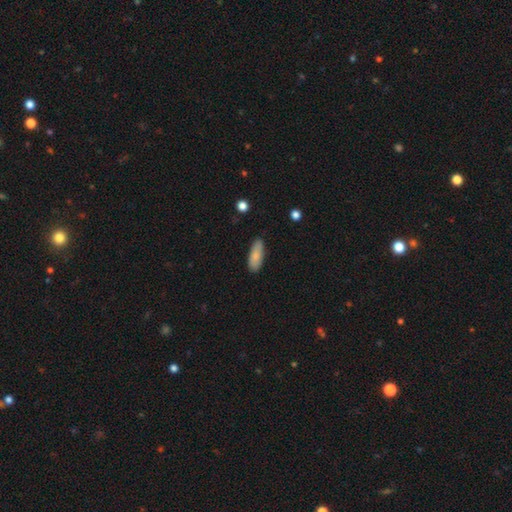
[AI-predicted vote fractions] Smooth or featured? smooth (82%)
How rounded? in between (70%)
Merging? none (82%)